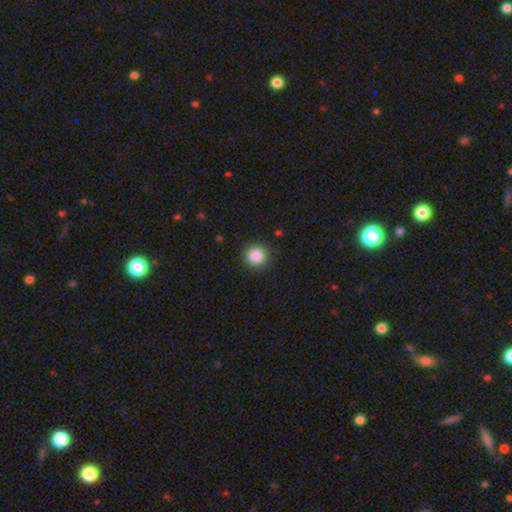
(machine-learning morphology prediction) Overall: smooth (87%). How rounded: round (95%). Merging: none (90%).